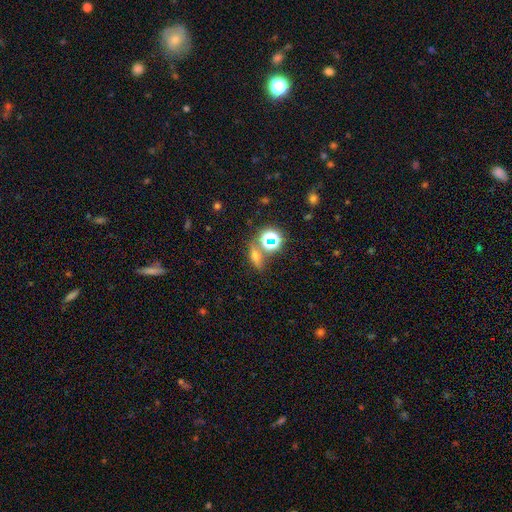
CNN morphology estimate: Smooth or featured? smooth (45%)
Merging? none (72%)